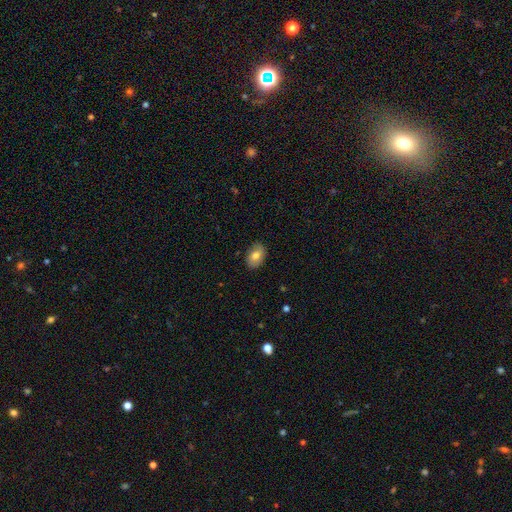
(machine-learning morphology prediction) Smooth or featured? smooth (74%)
How rounded? in between (85%)
Merging? none (84%)